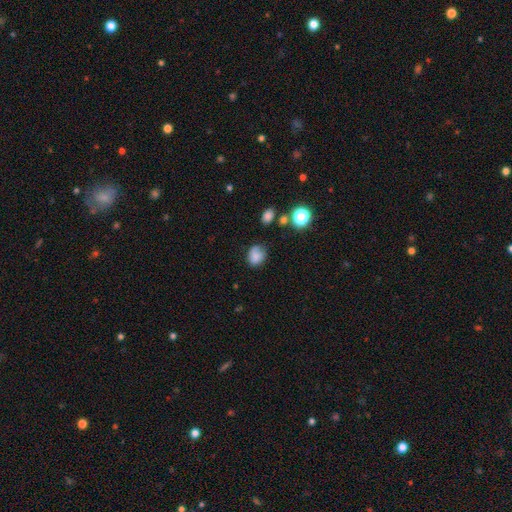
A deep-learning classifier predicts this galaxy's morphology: This appears to be a smooth galaxy with no disk features (77%) that is round (57%). Merging: none (60%).